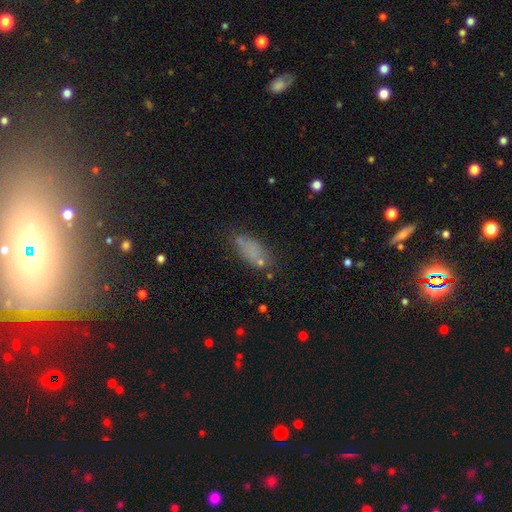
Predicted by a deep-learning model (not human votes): This appears to be a smooth galaxy with no disk features (67%) that is in between round and cigar-shaped (74%). Merging: none (62%).